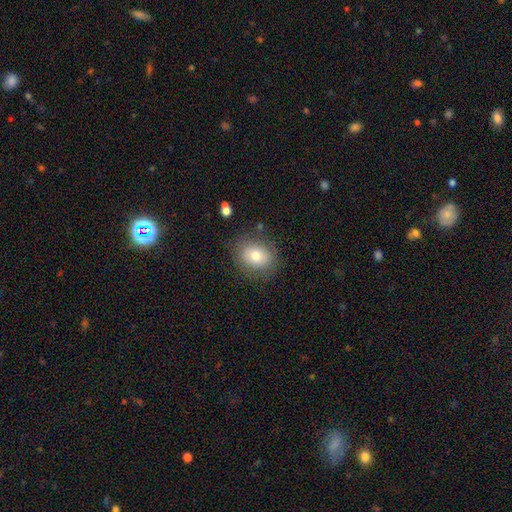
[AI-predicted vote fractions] Smooth or featured? smooth (78%)
How rounded? in between (52%)
Merging? none (81%)